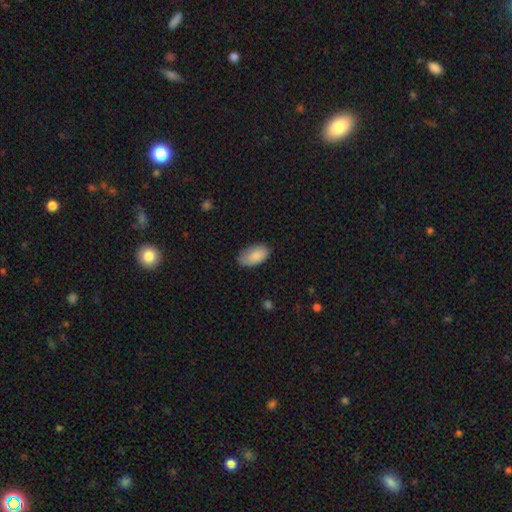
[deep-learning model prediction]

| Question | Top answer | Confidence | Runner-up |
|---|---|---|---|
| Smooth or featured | smooth | 87% | featured or disk (7%) |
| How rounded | in between | 95% | round (3%) |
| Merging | none | 78% | minor disturbance (17%) |